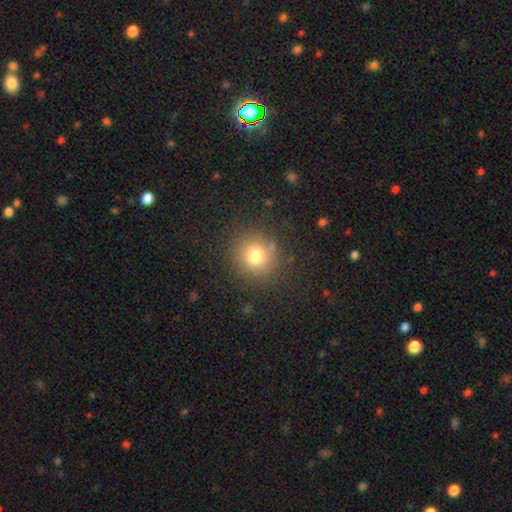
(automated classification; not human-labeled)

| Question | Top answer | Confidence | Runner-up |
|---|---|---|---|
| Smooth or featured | smooth | 76% | star or artifact (15%) |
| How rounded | round | 91% | in between (8%) |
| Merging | none | 85% | minor disturbance (9%) |